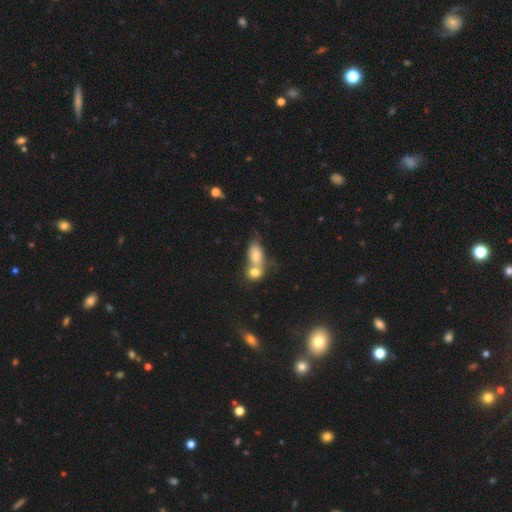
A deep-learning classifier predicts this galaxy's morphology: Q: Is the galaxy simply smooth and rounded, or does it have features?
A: smooth — 78%.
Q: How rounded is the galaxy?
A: in between — 81%.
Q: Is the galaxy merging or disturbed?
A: merger — 65%.